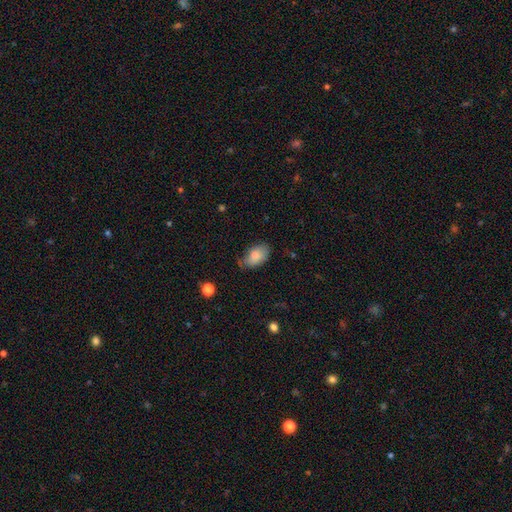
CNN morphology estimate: Smooth or featured?
  - smooth: 82% *
  - featured or disk: 11%
  - star or artifact: 7%
How rounded?
  - in between: 92% *
  - round: 6%
  - cigar-shaped: 2%
Merging?
  - none: 61% *
  - minor disturbance: 30%
  - major disturbance: 7%
  - merger: 3%